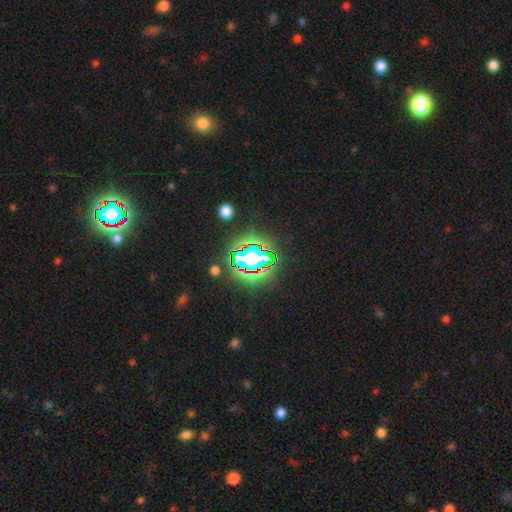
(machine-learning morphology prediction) star or artifact 82%, smooth 11%, featured or disk 7%.